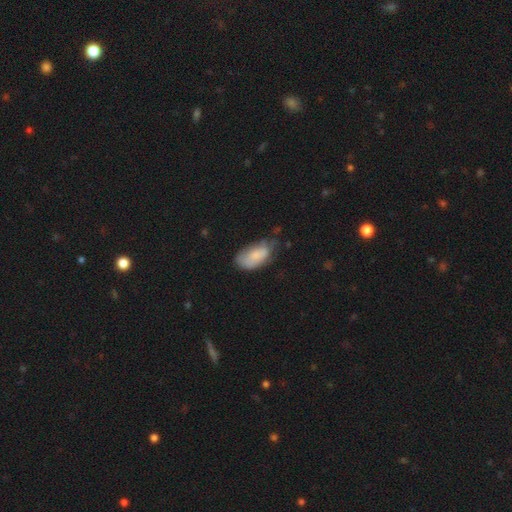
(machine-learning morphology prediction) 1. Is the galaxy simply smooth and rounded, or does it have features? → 76% smooth, 17% featured or disk, 7% star or artifact.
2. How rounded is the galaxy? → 93% in between, 3% round, 3% cigar-shaped.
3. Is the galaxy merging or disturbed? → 45% none, 39% minor disturbance, 14% major disturbance, 3% merger.